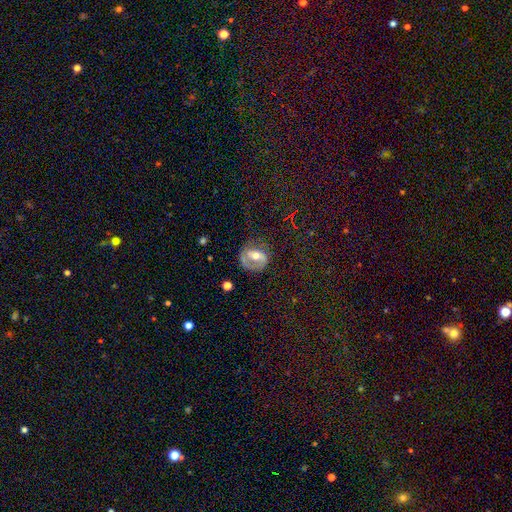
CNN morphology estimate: Overall: featured or disk (66%; smooth 26%). Edge-on disk: no (96%). Bar: weak (39%; no 36%). Spiral arms: yes (73%). Bulge size: moderate (72%). Merging: none (56%; minor disturbance 24%).